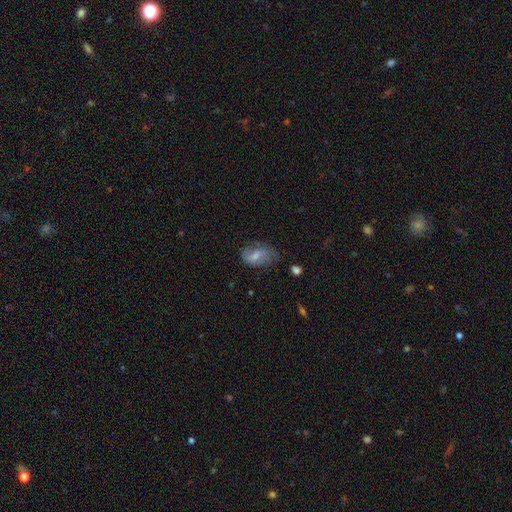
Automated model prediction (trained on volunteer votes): The model was most divided on "merging": none: 41%, minor disturbance: 35%, major disturbance: 21%, merger: 3%. More confident: how rounded — in between (89%); smooth or featured — smooth (62%).